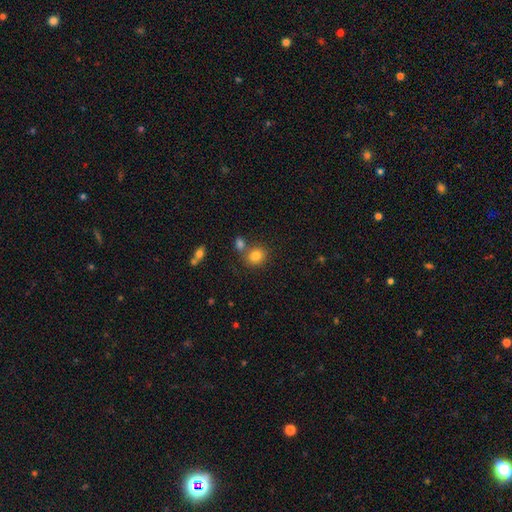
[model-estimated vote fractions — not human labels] The model was most divided on "how rounded": round: 68%, in between: 31%, cigar-shaped: 1%. More confident: smooth or featured — smooth (81%); merging — none (64%).